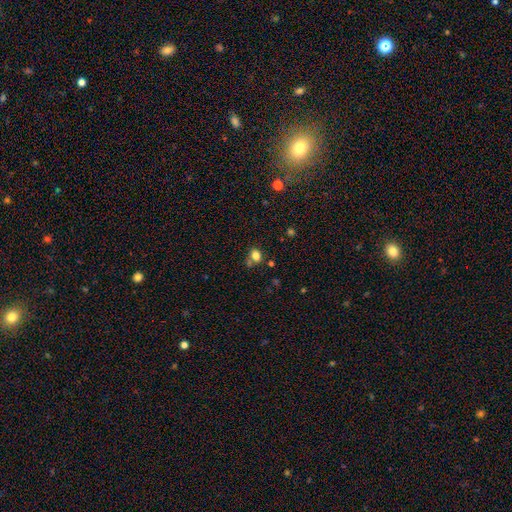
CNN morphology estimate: This is likely a smooth galaxy (80%). How rounded: possibly round (50%). Merging: likely none (64%).